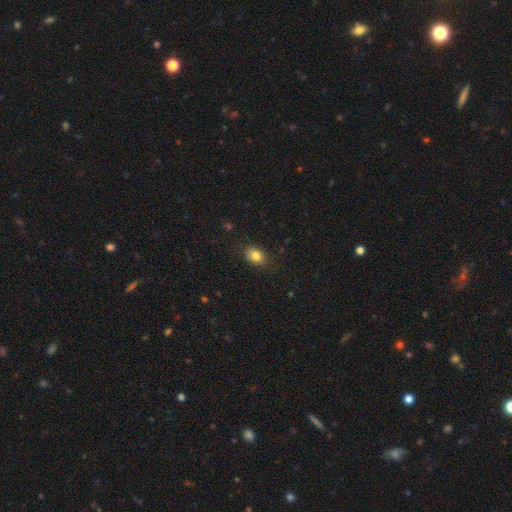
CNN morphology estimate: smooth-or-featured: smooth: 83% | star or artifact: 10% | featured or disk: 8%
  how-rounded: in between: 69% | round: 30% | cigar-shaped: 1%
  merging: none: 84% | minor disturbance: 12% | major disturbance: 3% | merger: 1%